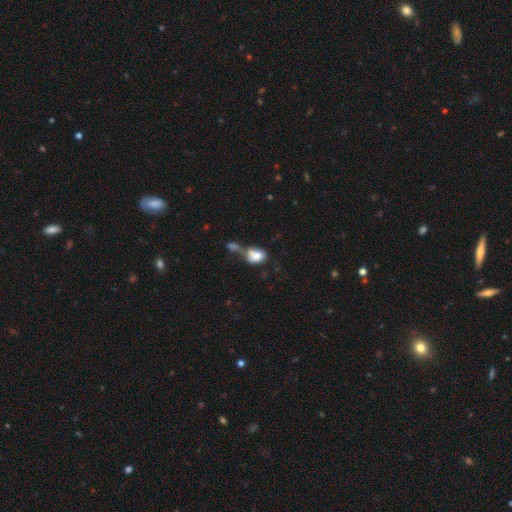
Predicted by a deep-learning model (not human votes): smooth 71%, featured or disk 19%, star or artifact 10%. Down the decision tree: how rounded — in between (72%); merging — merger (56%).